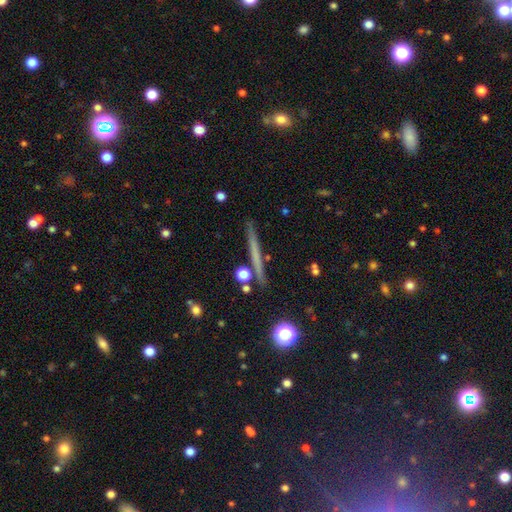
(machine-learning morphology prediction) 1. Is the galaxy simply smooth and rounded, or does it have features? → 46% smooth, 44% featured or disk, 10% star or artifact.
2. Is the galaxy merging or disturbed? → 88% none, 7% minor disturbance, 2% merger, 2% major disturbance.